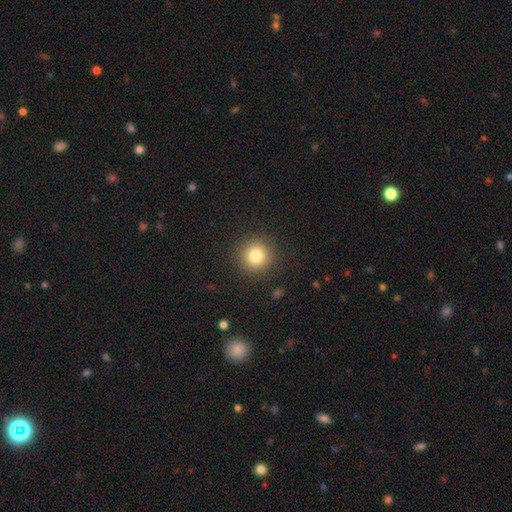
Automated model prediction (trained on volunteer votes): Smooth or featured?
  - smooth: 81% *
  - star or artifact: 12%
  - featured or disk: 7%
How rounded?
  - round: 94% *
  - in between: 5%
  - cigar-shaped: 1%
Merging?
  - none: 90% *
  - minor disturbance: 6%
  - major disturbance: 3%
  - merger: 1%